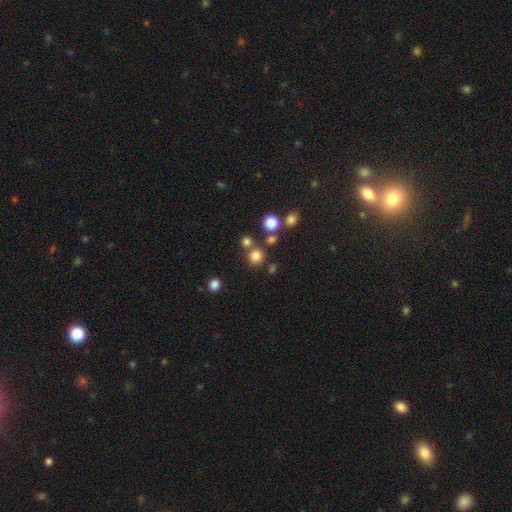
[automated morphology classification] A smooth galaxy with no disk features (77%) that is round (91%).

Vote fractions:
- Smooth or featured? smooth: 77% / star or artifact: 17% / featured or disk: 6%
- How rounded? round: 91% / in between: 8% / cigar-shaped: 1%
- Merging? none: 72% / merger: 17% / minor disturbance: 8% / major disturbance: 3%